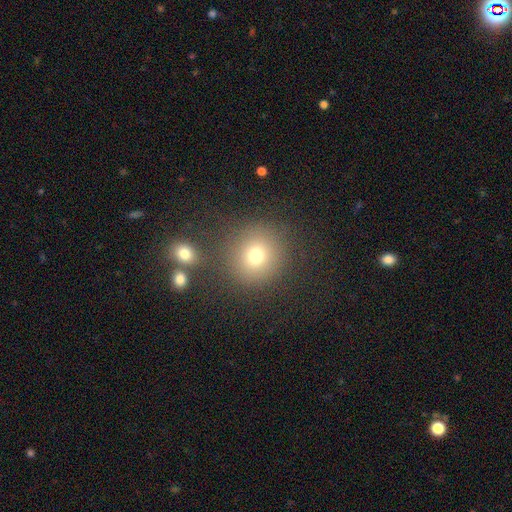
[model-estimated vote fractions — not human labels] Smooth or featured? Predicted: smooth (p=0.73). How rounded? Predicted: round (p=0.90). Merging? Predicted: none (p=0.81).